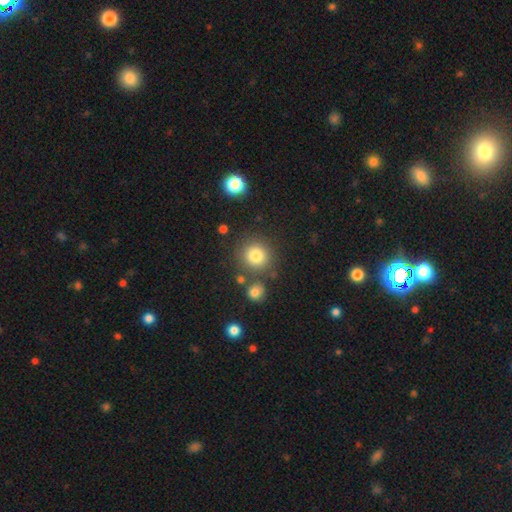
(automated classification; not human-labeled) smooth_or_featured: smooth (p=0.80) [alt: star or artifact p=0.12]
how_rounded: round (p=0.92) [alt: in between p=0.07]
merging: none (p=0.81) [alt: minor disturbance p=0.08]